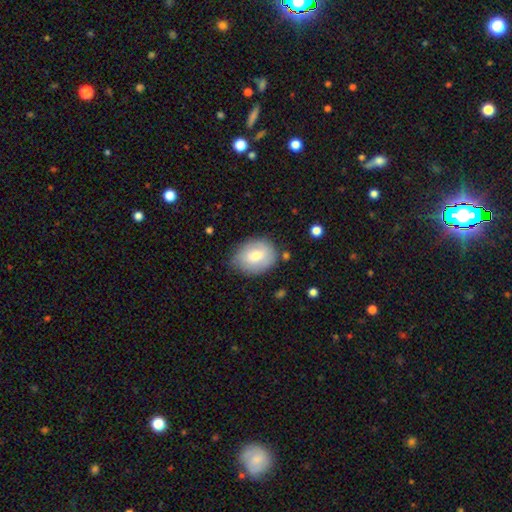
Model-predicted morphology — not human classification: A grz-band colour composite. It shows a smooth galaxy with no disk features (69%) that is in between round and cigar-shaped (60%). Merging: none (72%).